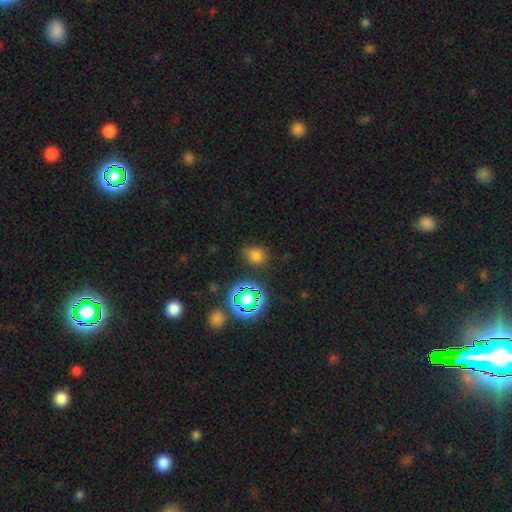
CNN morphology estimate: Smooth or featured: smooth — 69% (star or artifact — 25%)
How rounded: round — 58% (in between — 40%)
Merging: none — 79% (minor disturbance — 14%)